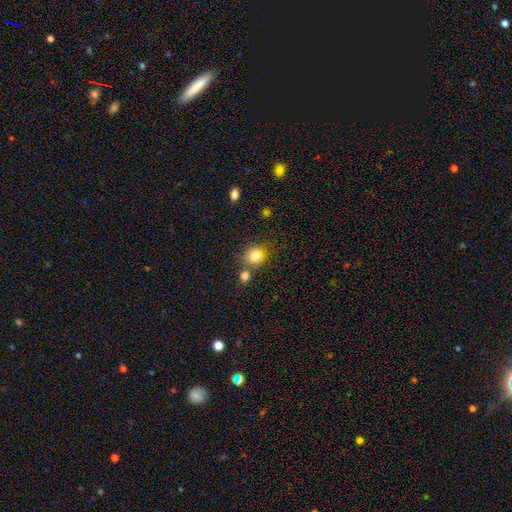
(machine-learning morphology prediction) Q: Smooth or featured?
A: smooth (81%); runner-up: star or artifact (12%)
Q: How rounded?
A: round (77%); runner-up: in between (22%)
Q: Merging?
A: none (67%); runner-up: merger (17%)